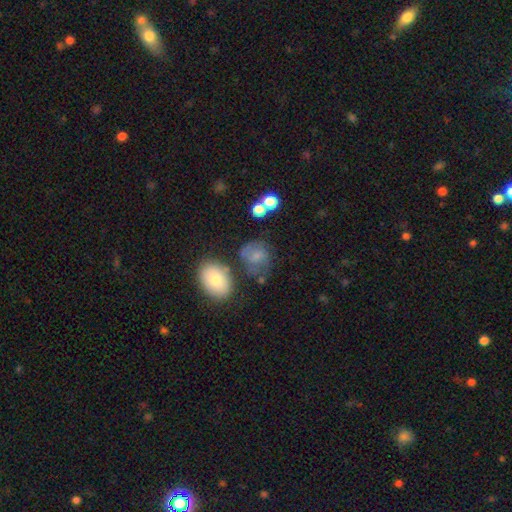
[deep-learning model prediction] A smooth galaxy with no disk features (61%) that is round (61%). Merging: none (50%).